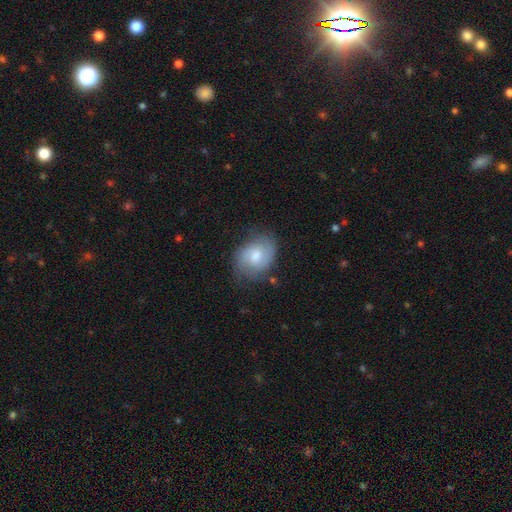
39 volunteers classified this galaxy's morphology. Smooth or featured? 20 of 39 (51%) said smooth. How rounded? 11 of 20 (55%) said in between. Merging? 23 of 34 (68%) said none.